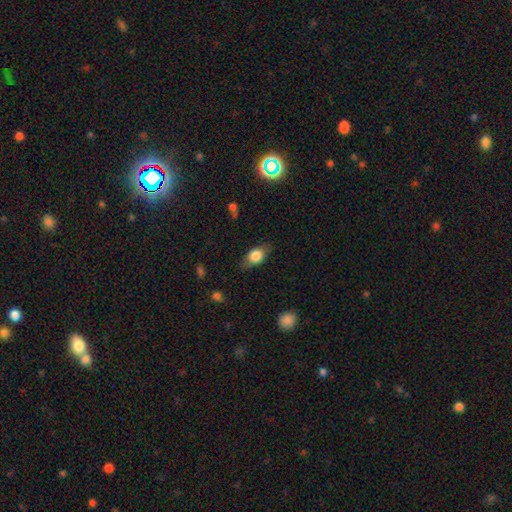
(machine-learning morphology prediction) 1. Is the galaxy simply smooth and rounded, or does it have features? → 72% smooth, 20% featured or disk, 7% star or artifact.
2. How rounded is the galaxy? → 82% in between, 11% round, 7% cigar-shaped.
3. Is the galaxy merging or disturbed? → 76% none, 18% minor disturbance, 5% major disturbance, 1% merger.